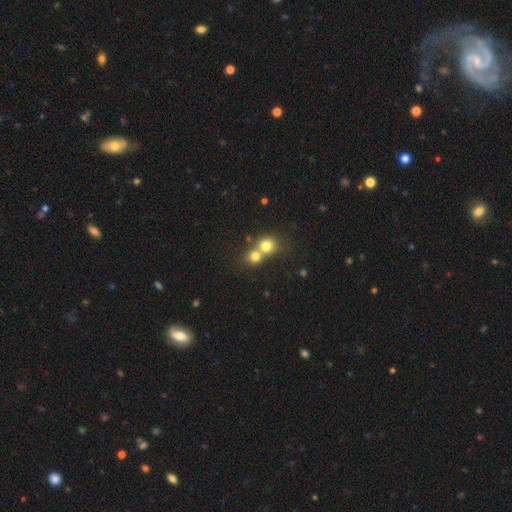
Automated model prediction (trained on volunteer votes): Q: Smooth or featured?
A: smooth (74%); runner-up: star or artifact (13%)
Q: How rounded?
A: round (82%); runner-up: in between (17%)
Q: Merging?
A: merger (60%); runner-up: none (32%)